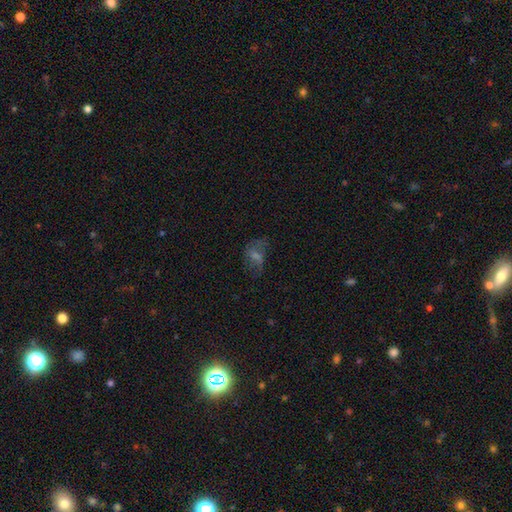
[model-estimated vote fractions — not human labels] A featured or disk galaxy (41%).

Vote fractions:
- Smooth or featured? featured or disk: 41% / smooth: 34% / star or artifact: 25%
- Merging? none: 54% / major disturbance: 22% / minor disturbance: 21% / merger: 3%